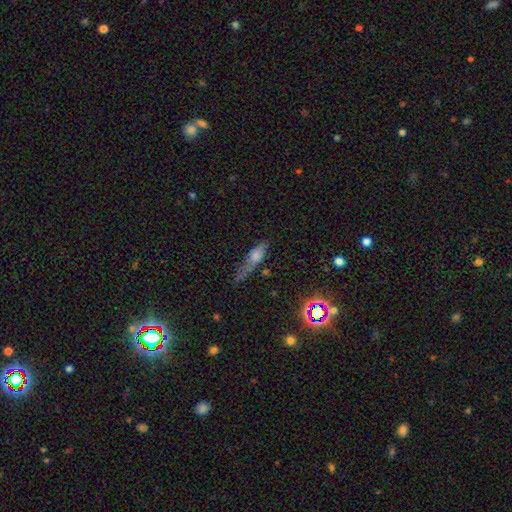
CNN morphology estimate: Smooth or featured: smooth — 55% (featured or disk — 29%)
How rounded: cigar-shaped — 61% (in between — 33%)
Merging: none — 44% (minor disturbance — 32%)